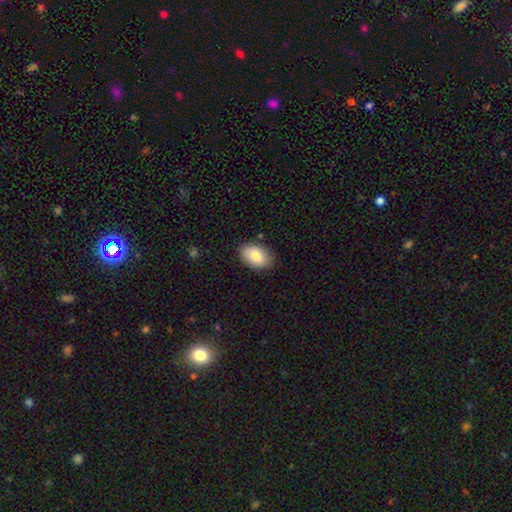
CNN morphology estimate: Overall: smooth (80%). How rounded: in between (88%). Merging: none (84%).